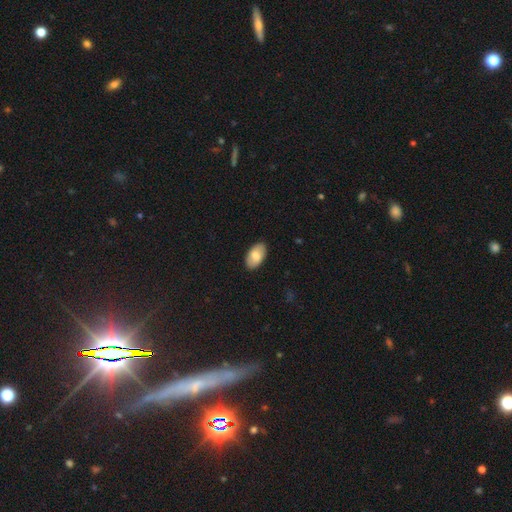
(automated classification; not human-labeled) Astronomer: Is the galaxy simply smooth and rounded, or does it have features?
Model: smooth — 80%.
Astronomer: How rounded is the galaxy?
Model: in between — 96%.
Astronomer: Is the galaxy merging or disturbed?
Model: none — 88%.